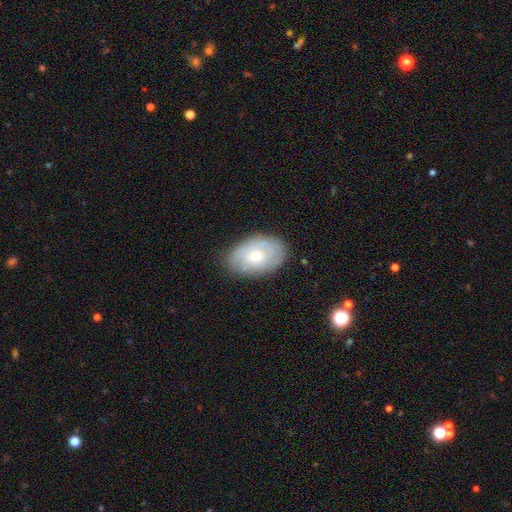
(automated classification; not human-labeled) This is possibly a featured or disk galaxy (51%). It is clearly not viewed edge-on (94%). Merging: likely none (78%).